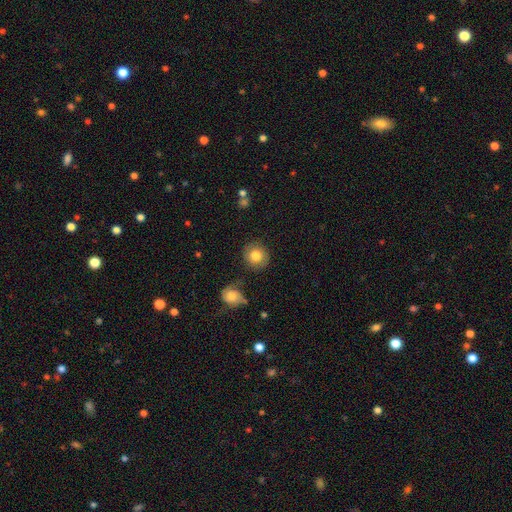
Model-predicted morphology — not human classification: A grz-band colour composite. It shows a smooth galaxy with no disk features (77%) that is round (85%). Merging: none (79%).